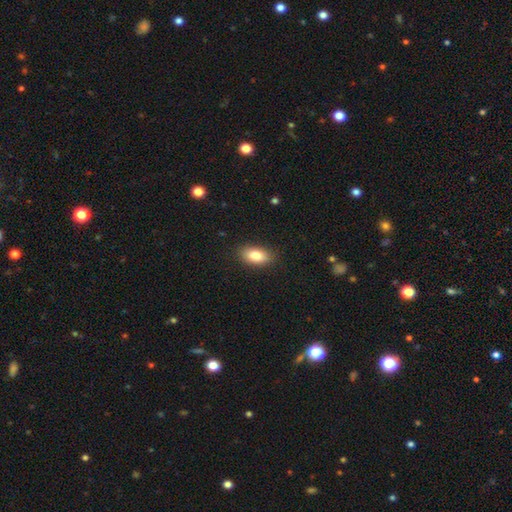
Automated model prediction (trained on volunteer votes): This appears to be a smooth galaxy with no disk features (83%) that is in between round and cigar-shaped (89%). Merging: none (87%).